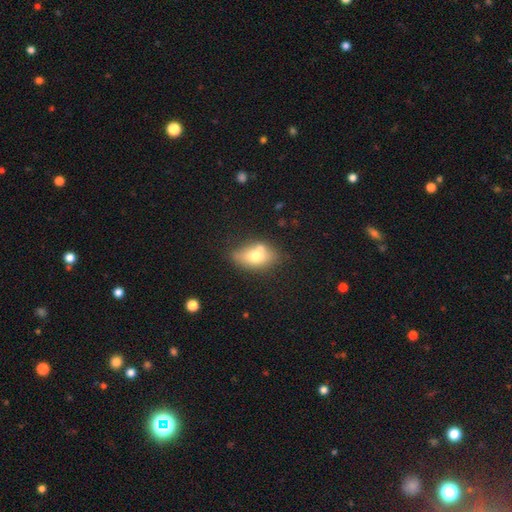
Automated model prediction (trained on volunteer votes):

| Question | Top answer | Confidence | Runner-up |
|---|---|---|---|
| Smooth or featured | smooth | 66% | featured or disk (25%) |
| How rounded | in between | 83% | round (14%) |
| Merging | none | 56% | merger (22%) |